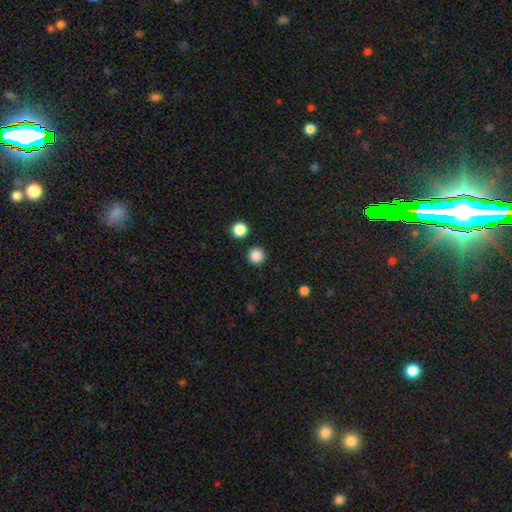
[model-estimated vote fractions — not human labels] Overall: smooth (86%). How rounded: round (96%). Merging: none (91%).